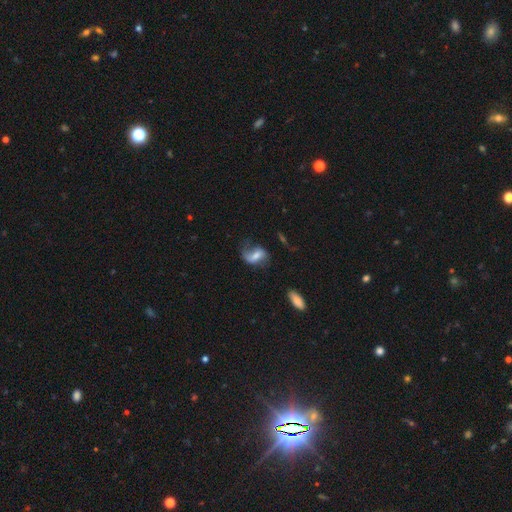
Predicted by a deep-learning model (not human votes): smooth-or-featured: featured or disk: 52% | smooth: 39% | star or artifact: 9%
  disk-edge-on: no: 95% | yes: 5%
  merging: none: 44% | major disturbance: 27% | minor disturbance: 25% | merger: 4%